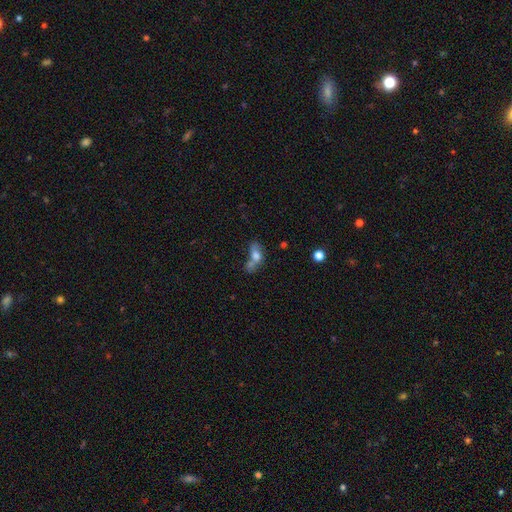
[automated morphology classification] smooth 64%, featured or disk 24%, star or artifact 12%. Down the decision tree: how rounded — in between (73%); merging — merger (55%).